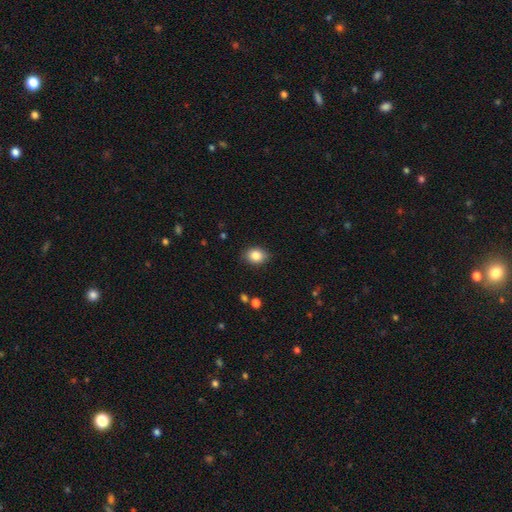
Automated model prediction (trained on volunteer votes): smooth-or-featured: smooth: 85% | star or artifact: 9% | featured or disk: 6%
  how-rounded: in between: 56% | round: 43% | cigar-shaped: 1%
  merging: none: 86% | minor disturbance: 11% | major disturbance: 2% | merger: 1%